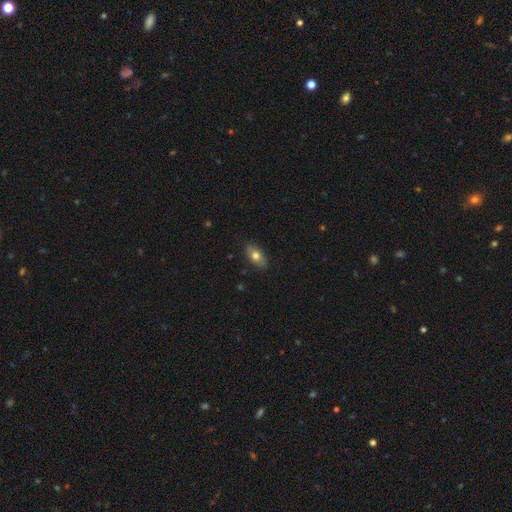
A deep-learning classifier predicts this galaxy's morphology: Q: Smooth or featured?
A: smooth (73%); runner-up: featured or disk (20%)
Q: How rounded?
A: in between (88%); runner-up: cigar-shaped (7%)
Q: Merging?
A: none (86%); runner-up: minor disturbance (11%)